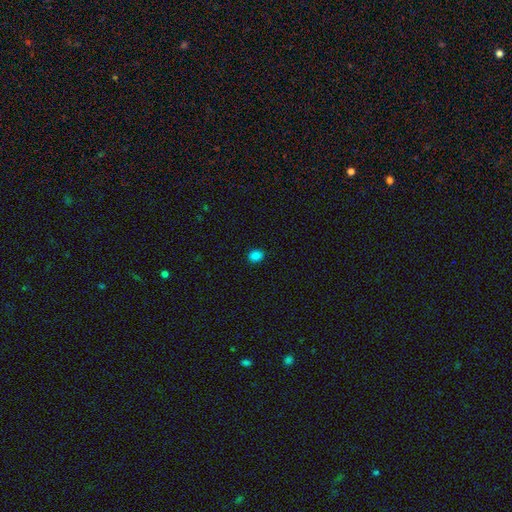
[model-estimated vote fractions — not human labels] This appears to be a smooth galaxy with no disk features (84%) that is round (54%). Merging: none (90%).